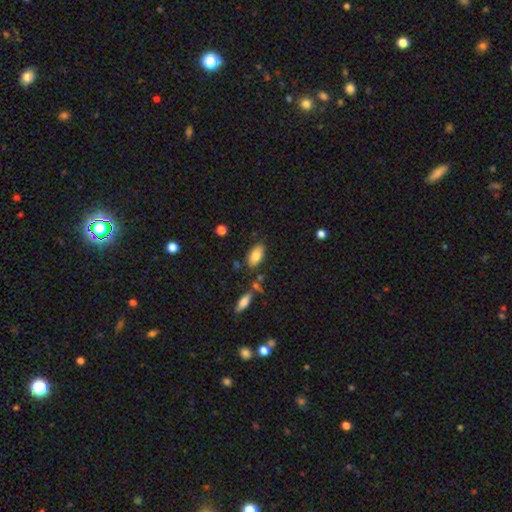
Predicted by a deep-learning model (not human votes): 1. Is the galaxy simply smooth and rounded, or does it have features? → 82% smooth, 11% featured or disk, 7% star or artifact.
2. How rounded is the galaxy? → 91% in between, 7% cigar-shaped, 3% round.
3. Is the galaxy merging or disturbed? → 78% none, 13% minor disturbance, 6% merger, 3% major disturbance.